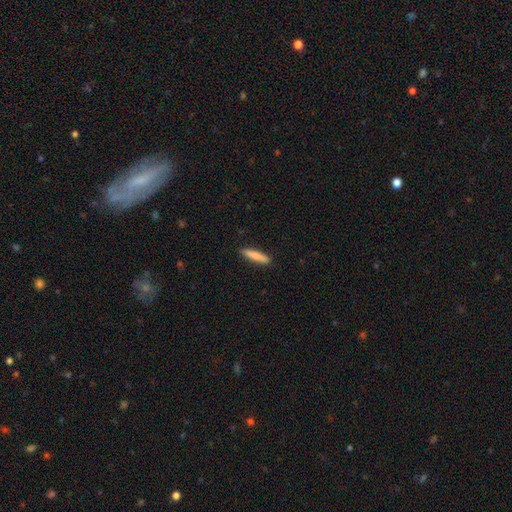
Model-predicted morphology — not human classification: Smooth or featured? Predicted: smooth (p=0.82). How rounded? Predicted: cigar-shaped (p=0.87). Merging? Predicted: none (p=0.90).